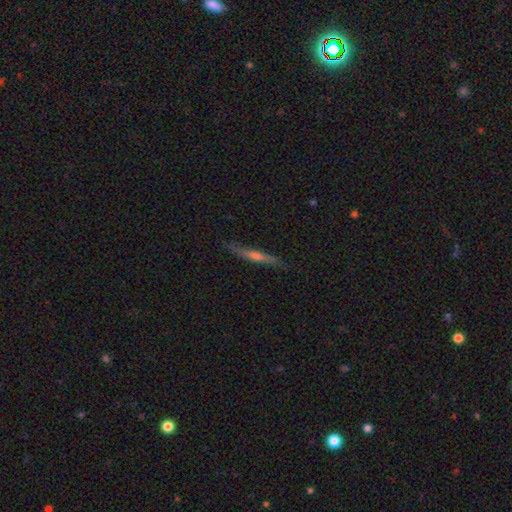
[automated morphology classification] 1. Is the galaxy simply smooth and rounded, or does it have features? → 69% featured or disk, 23% smooth, 7% star or artifact.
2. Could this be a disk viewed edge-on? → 96% yes, 4% no.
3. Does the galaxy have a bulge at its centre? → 72% rounded, 20% none, 8% boxy.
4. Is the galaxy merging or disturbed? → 86% none, 11% minor disturbance, 2% major disturbance, 1% merger.